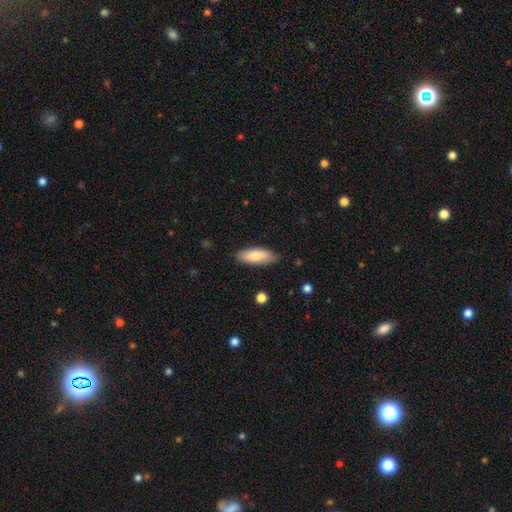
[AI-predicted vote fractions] The model was most divided on "how rounded": in between: 69%, cigar-shaped: 29%, round: 2%. More confident: merging — none (84%); smooth or featured — smooth (80%).